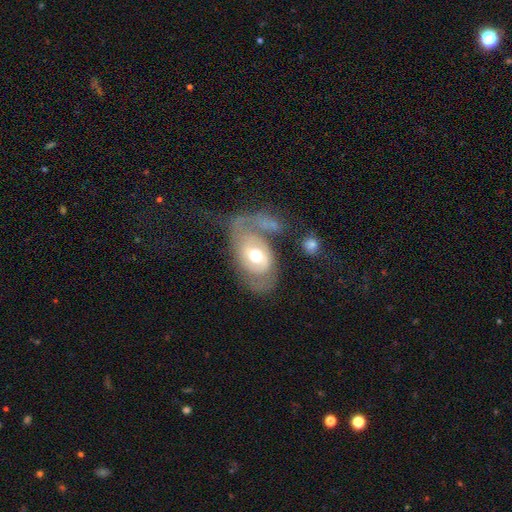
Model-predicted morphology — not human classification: Overall: featured or disk (62%; smooth 31%). Edge-on disk: no (94%). Bar: no (64%; weak 27%). Spiral arms: yes (62%; no 38%). Bulge size: moderate (72%). Merging: major disturbance (34%; none 31%).